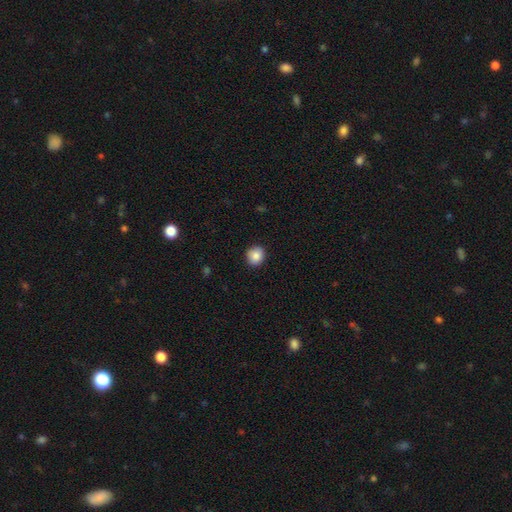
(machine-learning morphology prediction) smooth_or_featured: smooth (p=0.87) [alt: star or artifact p=0.09]
how_rounded: round (p=0.84) [alt: in between p=0.16]
merging: none (p=0.89) [alt: minor disturbance p=0.08]